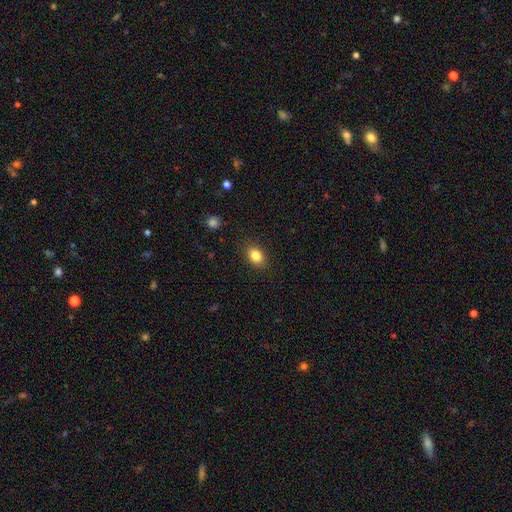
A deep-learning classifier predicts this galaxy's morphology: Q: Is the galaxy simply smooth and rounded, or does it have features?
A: smooth — 84%.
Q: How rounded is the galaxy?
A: in between — 71%.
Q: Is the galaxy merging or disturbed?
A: none — 87%.